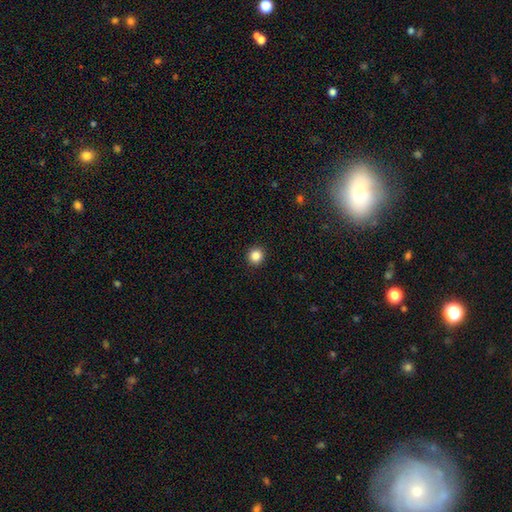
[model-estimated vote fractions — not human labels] The model was most divided on "smooth or featured": smooth: 85%, star or artifact: 11%, featured or disk: 4%. More confident: merging — none (93%); how rounded — round (93%).